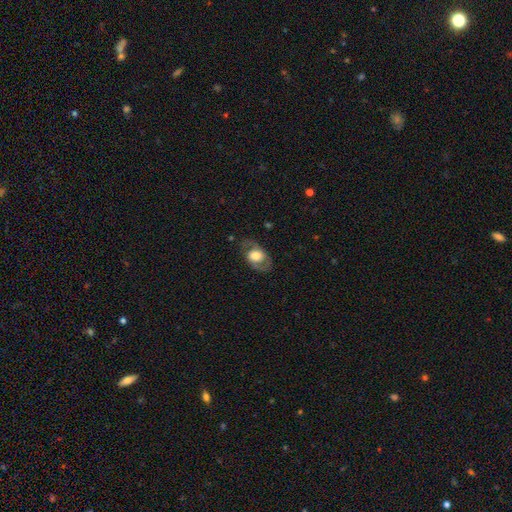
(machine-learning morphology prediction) Smooth or featured?
  - featured or disk: 53% *
  - smooth: 40%
  - star or artifact: 7%
Edge-on disk?
  - no: 91% *
  - yes: 9%
Merging?
  - none: 72% *
  - minor disturbance: 17%
  - major disturbance: 10%
  - merger: 1%